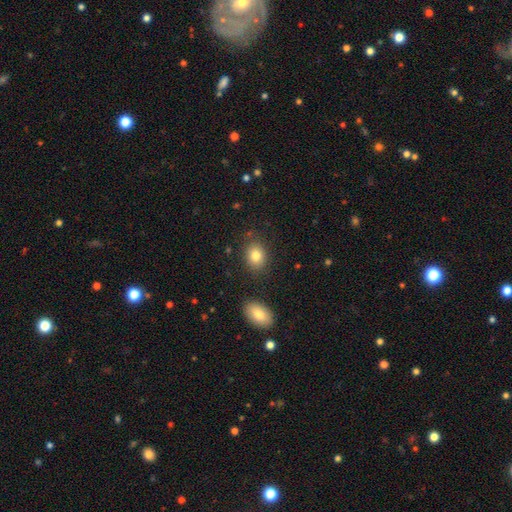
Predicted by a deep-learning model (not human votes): Overall: smooth (81%). How rounded: in between (62%; round 37%). Merging: none (81%).